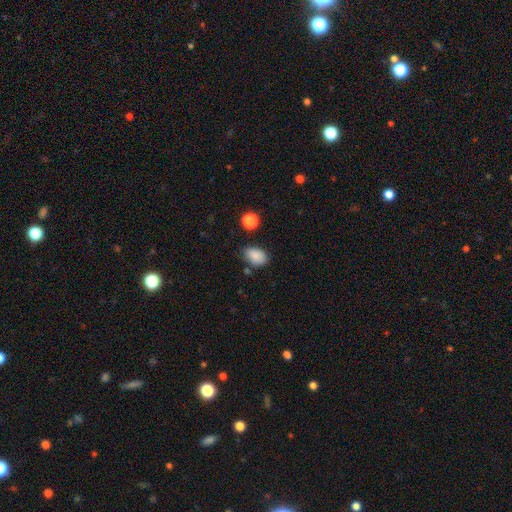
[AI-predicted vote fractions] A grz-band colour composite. It shows a smooth galaxy with no disk features (86%) that is in between round and cigar-shaped (83%). Merging: none (72%).